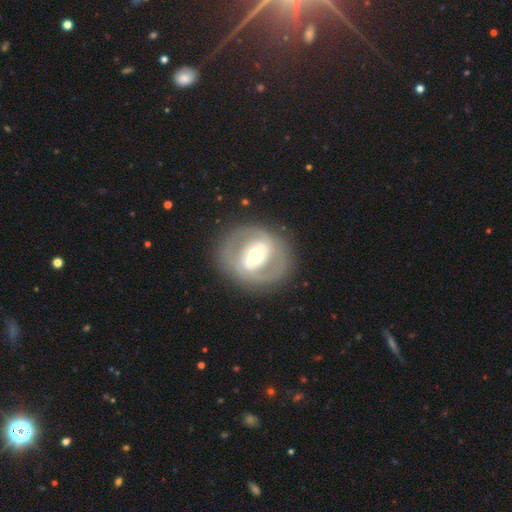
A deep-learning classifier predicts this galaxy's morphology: Q: Smooth or featured?
A: featured or disk (72%); runner-up: smooth (23%)
Q: Edge-on disk?
A: no (95%); runner-up: yes (5%)
Q: Bar?
A: strong (47%); runner-up: weak (32%)
Q: Spiral arms?
A: no (51%); runner-up: yes (49%)
Q: Bulge size?
A: moderate (64%); runner-up: large (19%)
Q: Merging?
A: none (82%); runner-up: minor disturbance (10%)